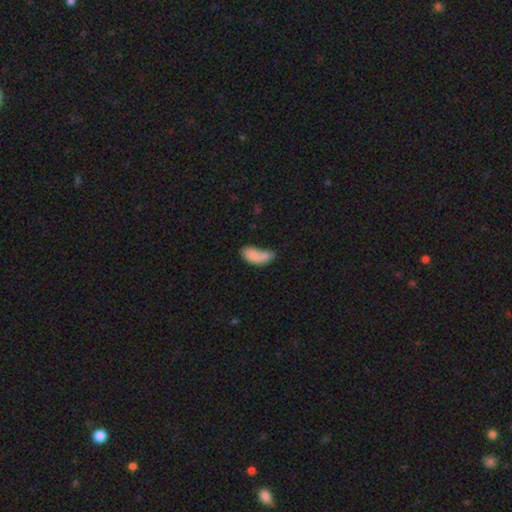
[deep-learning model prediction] smooth-or-featured: smooth: 79% | featured or disk: 13% | star or artifact: 8%
  how-rounded: in between: 87% | cigar-shaped: 9% | round: 4%
  merging: merger: 34% | none: 30% | minor disturbance: 20% | major disturbance: 16%